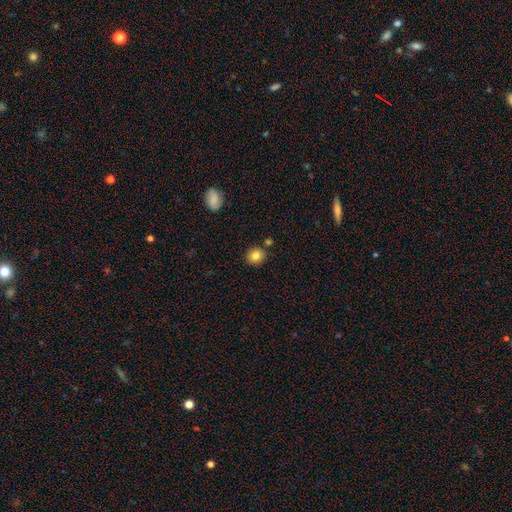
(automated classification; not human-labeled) Smooth or featured? smooth (83%)
How rounded? round (80%)
Merging? none (84%)